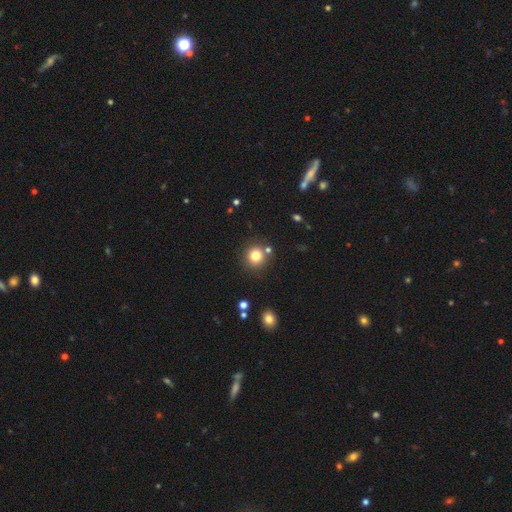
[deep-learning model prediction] The model was most divided on "smooth or featured": smooth: 79%, star or artifact: 13%, featured or disk: 8%. More confident: how rounded — round (92%); merging — none (81%).